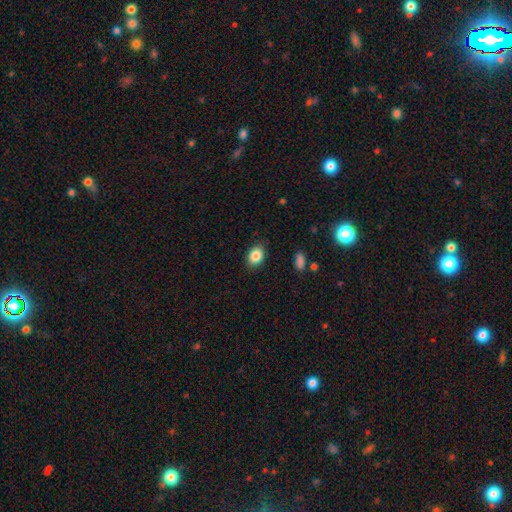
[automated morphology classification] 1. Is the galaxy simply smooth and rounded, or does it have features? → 86% smooth, 8% star or artifact, 6% featured or disk.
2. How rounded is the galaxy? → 73% in between, 26% round, 1% cigar-shaped.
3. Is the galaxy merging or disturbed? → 85% none, 11% minor disturbance, 3% major disturbance, 1% merger.